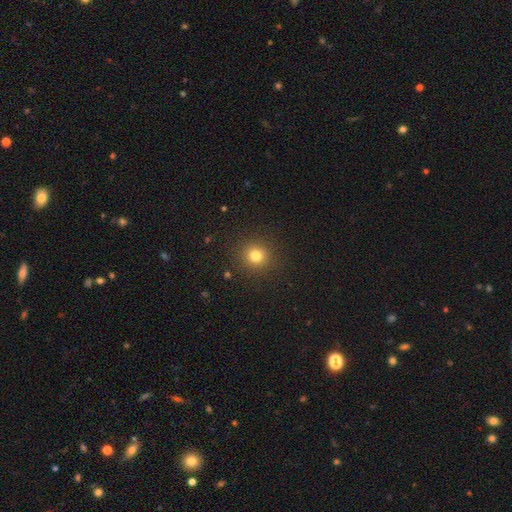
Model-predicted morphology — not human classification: Smooth or featured: smooth — 79% (star or artifact — 15%)
How rounded: round — 92% (in between — 7%)
Merging: none — 91% (minor disturbance — 6%)